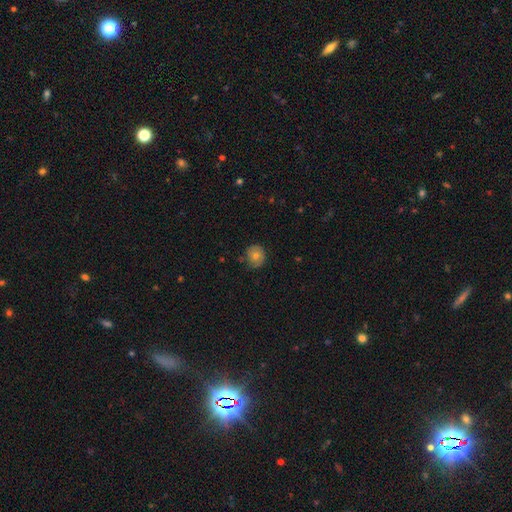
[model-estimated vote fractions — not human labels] smooth 62%, featured or disk 29%, star or artifact 9%. Down the decision tree: how rounded — round (83%); merging — none (74%).